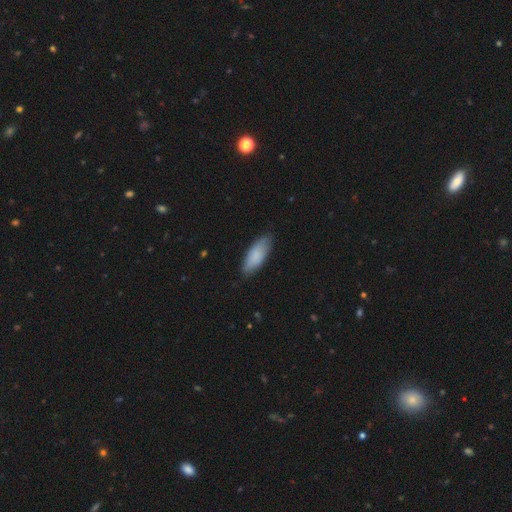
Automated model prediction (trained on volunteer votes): Q: Smooth or featured?
A: smooth (82%); runner-up: featured or disk (12%)
Q: How rounded?
A: in between (71%); runner-up: cigar-shaped (27%)
Q: Merging?
A: none (80%); runner-up: minor disturbance (16%)